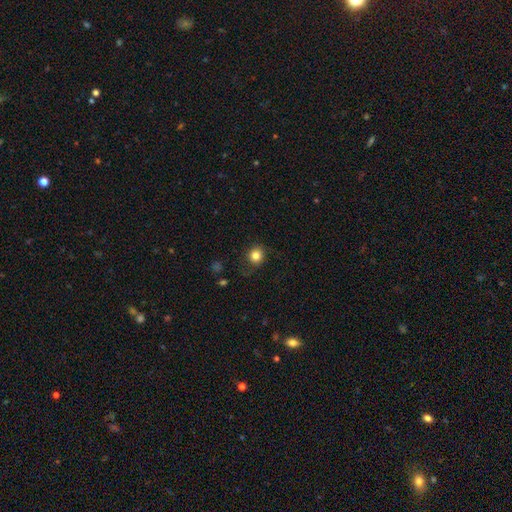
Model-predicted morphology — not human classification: type=smooth (82%); roundness=round (87%); merging=none (80%).